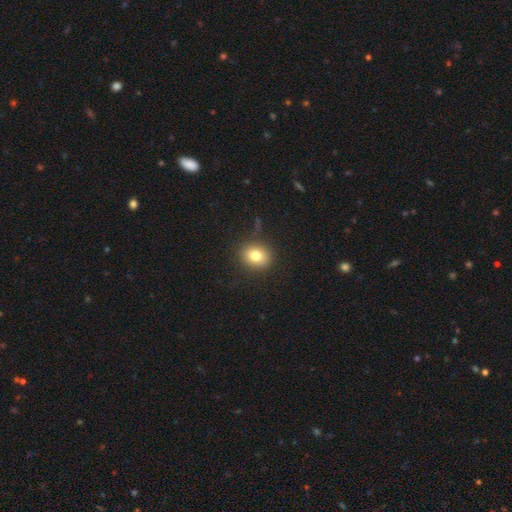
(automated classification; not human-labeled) Morphology: type=smooth (79%); roundness=round (69%); merging=none (86%).